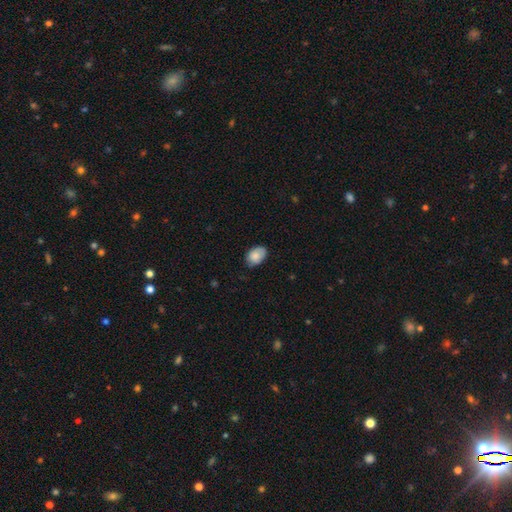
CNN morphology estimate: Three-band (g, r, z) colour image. It shows a smooth galaxy with no disk features (82%) that is in between round and cigar-shaped (86%). Merging: none (72%).